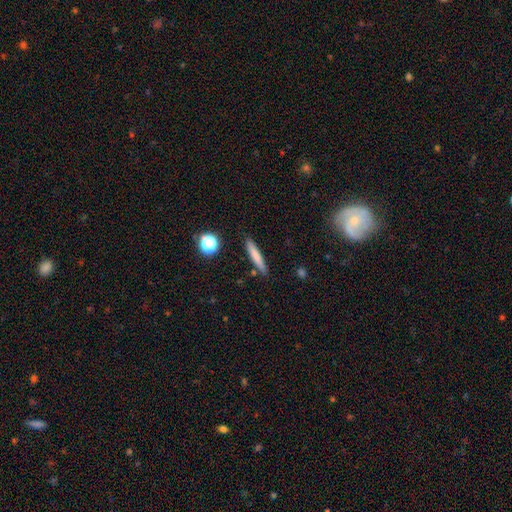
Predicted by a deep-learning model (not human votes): Smooth or featured?
  - smooth: 75% *
  - featured or disk: 16%
  - star or artifact: 8%
How rounded?
  - cigar-shaped: 91% *
  - in between: 7%
  - round: 2%
Merging?
  - none: 87% *
  - minor disturbance: 9%
  - merger: 2%
  - major disturbance: 2%